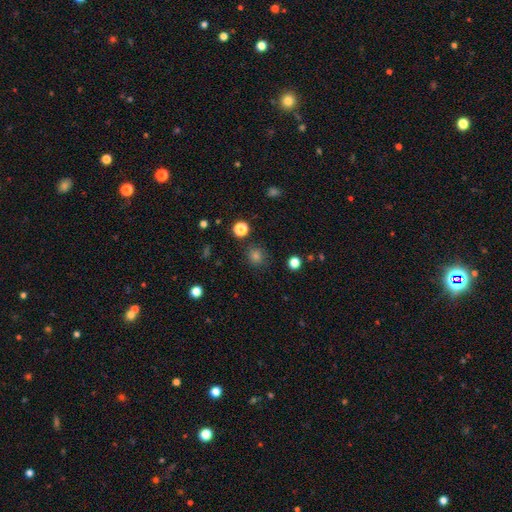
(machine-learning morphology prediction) Smooth or featured? Predicted: smooth (p=0.74). How rounded? Predicted: round (p=0.89). Merging? Predicted: none (p=0.87).